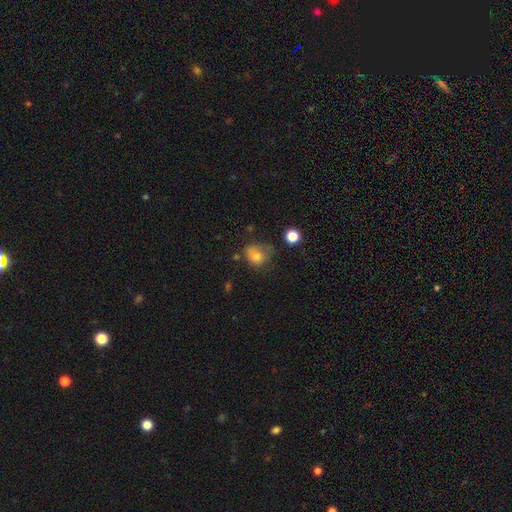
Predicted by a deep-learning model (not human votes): This is likely a smooth galaxy (77%). How rounded: possibly round (58%). Merging: possibly none (47%).